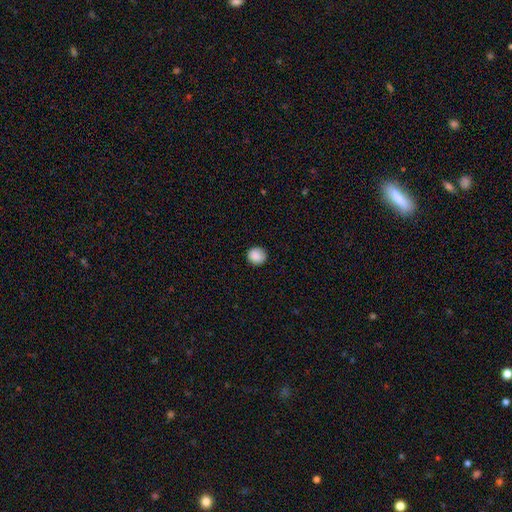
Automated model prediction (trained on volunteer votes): Overall: smooth (88%). How rounded: round (90%). Merging: none (88%).